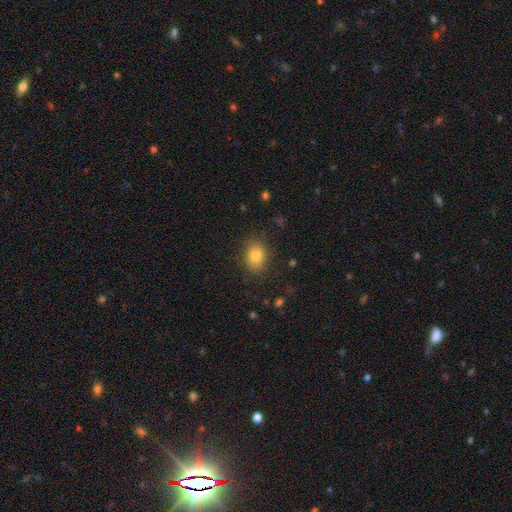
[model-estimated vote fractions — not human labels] Q: Smooth or featured?
A: smooth (83%); runner-up: star or artifact (10%)
Q: How rounded?
A: in between (64%); runner-up: round (35%)
Q: Merging?
A: none (81%); runner-up: minor disturbance (13%)